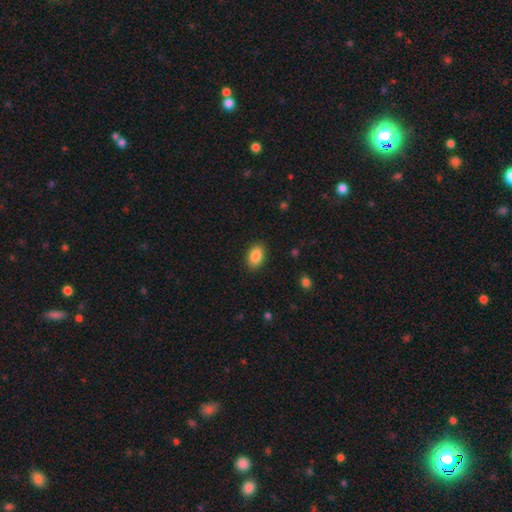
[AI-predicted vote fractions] Q: Smooth or featured?
A: smooth (88%); runner-up: star or artifact (7%)
Q: How rounded?
A: in between (90%); runner-up: round (8%)
Q: Merging?
A: none (88%); runner-up: minor disturbance (8%)